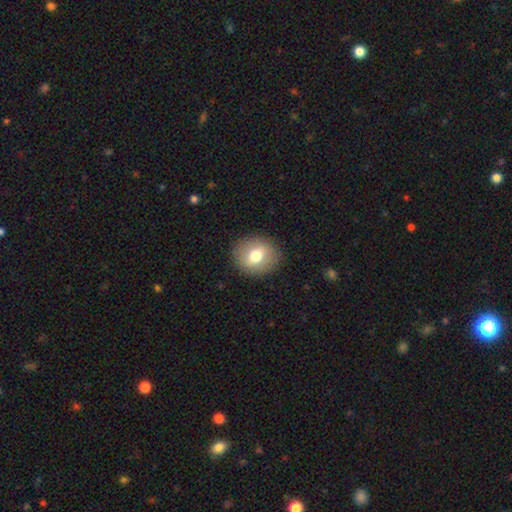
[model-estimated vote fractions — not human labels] Smooth or featured?
  - smooth: 71% *
  - featured or disk: 21%
  - star or artifact: 9%
How rounded?
  - round: 72% *
  - in between: 27%
  - cigar-shaped: 1%
Merging?
  - none: 89% *
  - minor disturbance: 8%
  - major disturbance: 3%
  - merger: 1%